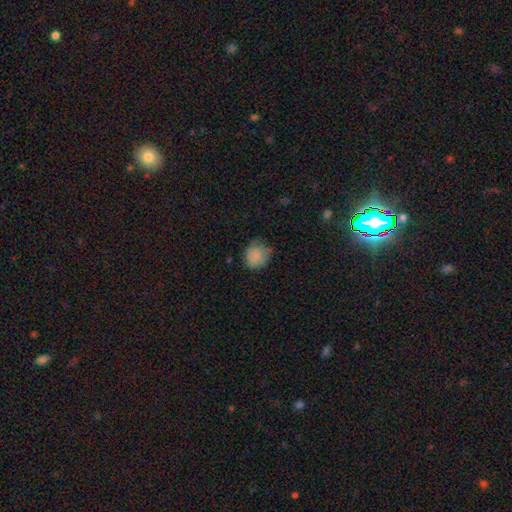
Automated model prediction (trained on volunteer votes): A smooth galaxy with no disk features (84%) that is round (78%). Merging: none (62%).